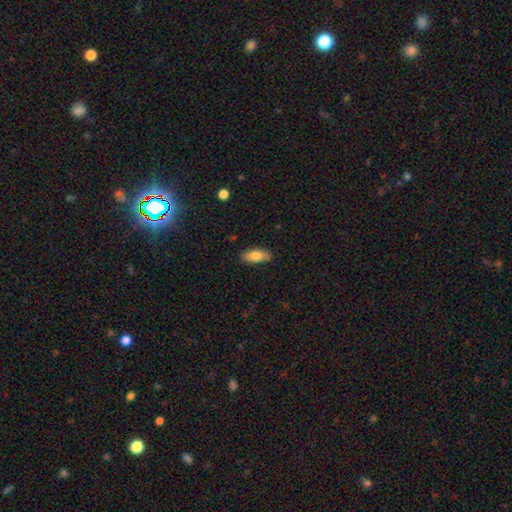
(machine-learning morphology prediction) The model was most divided on "how rounded": in between: 79%, cigar-shaped: 18%, round: 2%. More confident: merging — none (85%); smooth or featured — smooth (80%).